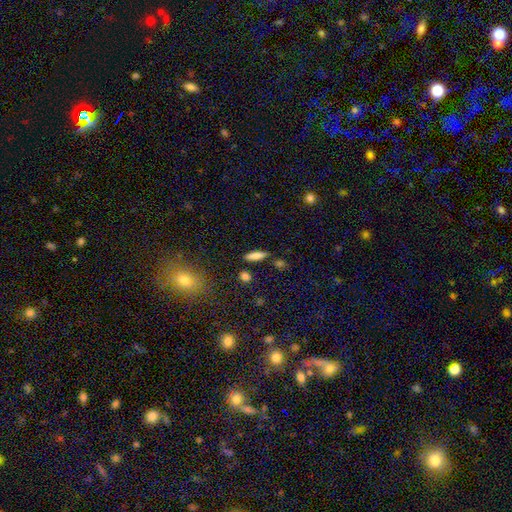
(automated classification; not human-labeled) smooth-or-featured: smooth: 80% | featured or disk: 12% | star or artifact: 9%
  how-rounded: cigar-shaped: 60% | in between: 38% | round: 3%
  merging: none: 80% | minor disturbance: 12% | merger: 5% | major disturbance: 3%